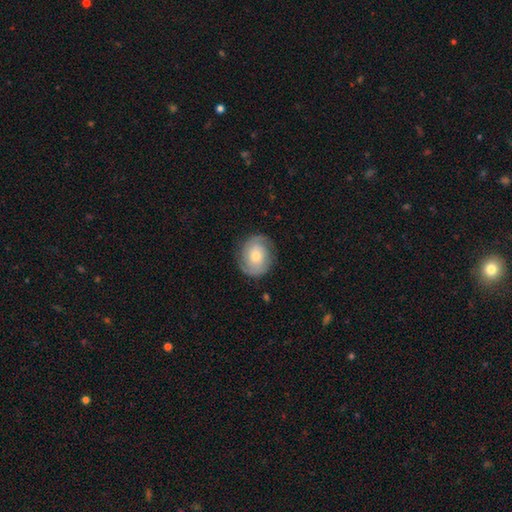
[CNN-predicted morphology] The model was most divided on "spiral winding": tight: 57%, medium: 32%, loose: 11%. More confident: edge-on disk — no (97%); spiral arms — yes (89%); merging — none (82%); spiral arm count — 2 (78%); bar — no (73%); smooth or featured — featured or disk (67%); bulge size — moderate (61%).